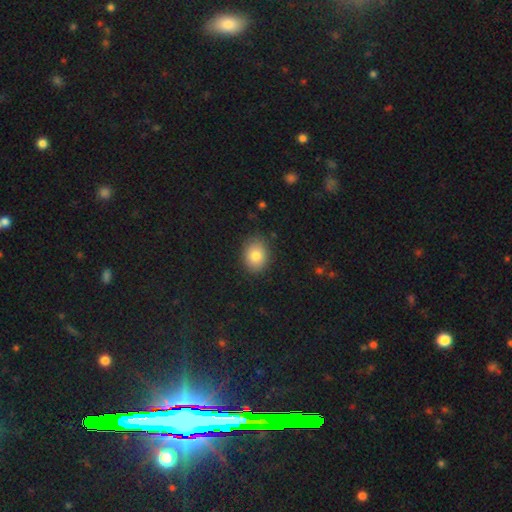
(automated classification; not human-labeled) Overall: smooth (82%). How rounded: in between (58%; round 41%). Merging: none (85%).